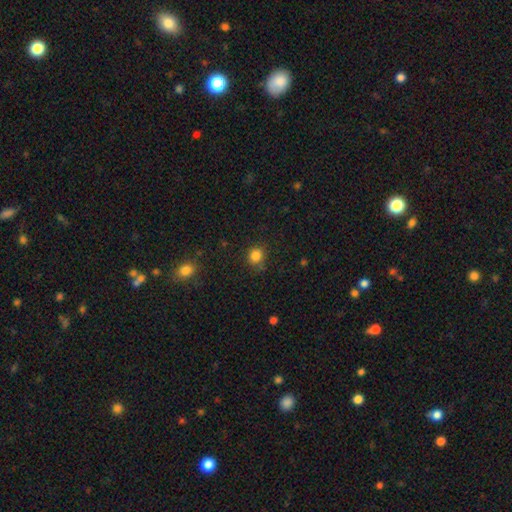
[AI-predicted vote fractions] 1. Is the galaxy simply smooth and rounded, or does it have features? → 83% smooth, 12% star or artifact, 4% featured or disk.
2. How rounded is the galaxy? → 79% round, 20% in between, 1% cigar-shaped.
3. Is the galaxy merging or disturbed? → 80% none, 13% minor disturbance, 4% major disturbance, 2% merger.